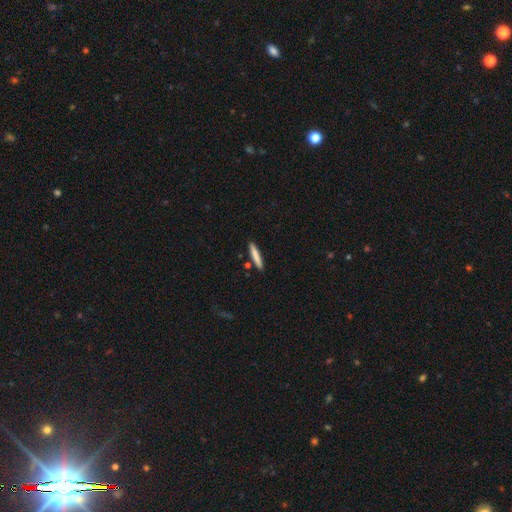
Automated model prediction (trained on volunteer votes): Smooth or featured: smooth — 79% (featured or disk — 15%)
How rounded: cigar-shaped — 93% (in between — 5%)
Merging: none — 88% (minor disturbance — 7%)